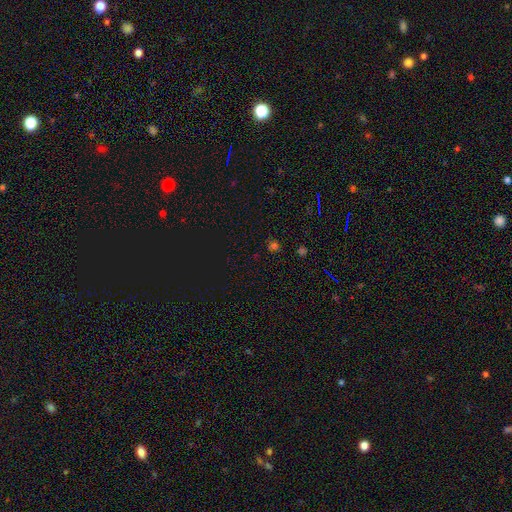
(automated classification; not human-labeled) Morphology: type=star or artifact (53%).